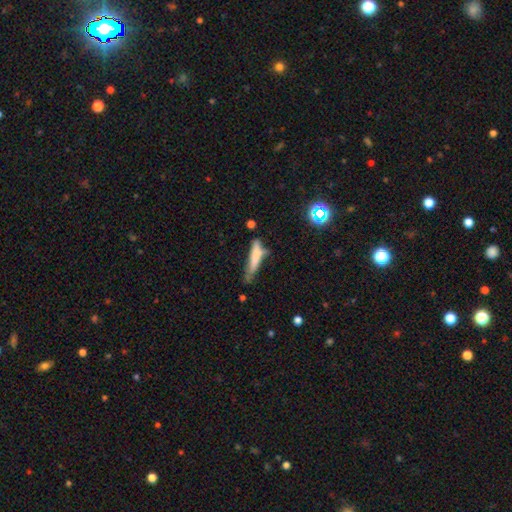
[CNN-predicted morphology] smooth_or_featured: smooth (p=0.68) [alt: featured or disk p=0.23]
how_rounded: cigar-shaped (p=0.85) [alt: in between p=0.14]
merging: none (p=0.42) [alt: minor disturbance p=0.33]